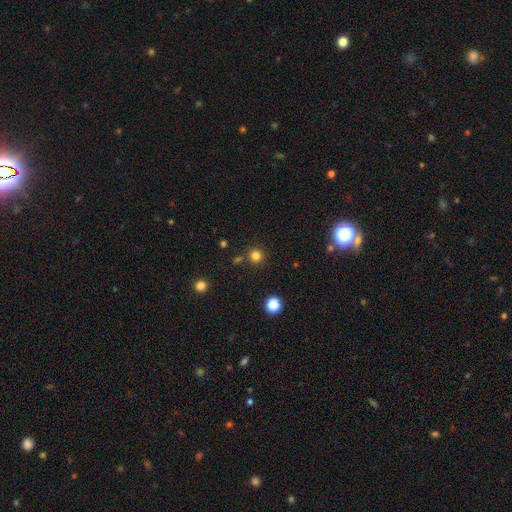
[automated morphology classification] smooth_or_featured: smooth (p=0.80) [alt: star or artifact p=0.15]
how_rounded: round (p=0.93) [alt: in between p=0.06]
merging: none (p=0.84) [alt: minor disturbance p=0.07]